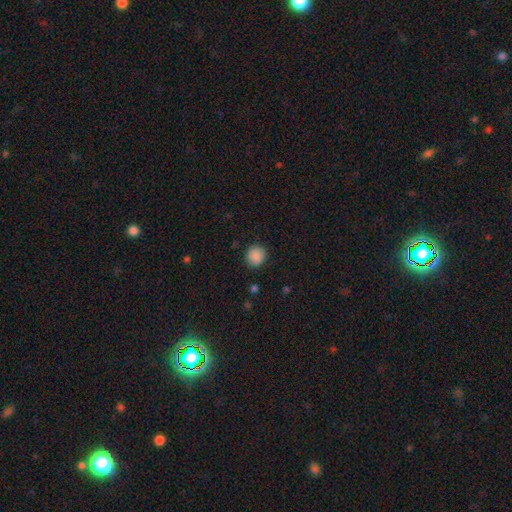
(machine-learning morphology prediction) smooth-or-featured: smooth: 88% | star or artifact: 9% | featured or disk: 3%
  how-rounded: round: 87% | in between: 13% | cigar-shaped: 1%
  merging: none: 88% | minor disturbance: 9% | major disturbance: 3% | merger: 1%